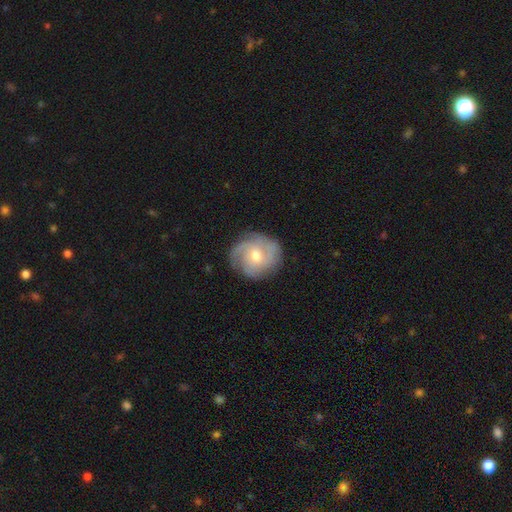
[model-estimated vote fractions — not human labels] Q: Smooth or featured?
A: featured or disk (76%); runner-up: smooth (17%)
Q: Edge-on disk?
A: no (98%); runner-up: yes (2%)
Q: Bar?
A: no (67%); runner-up: weak (29%)
Q: Spiral arms?
A: yes (95%); runner-up: no (5%)
Q: Spiral winding?
A: tight (53%); runner-up: medium (36%)
Q: Spiral arm count?
A: 3 (40%); runner-up: can't tell (22%)
Q: Bulge size?
A: moderate (60%); runner-up: small (36%)
Q: Merging?
A: none (79%); runner-up: minor disturbance (15%)